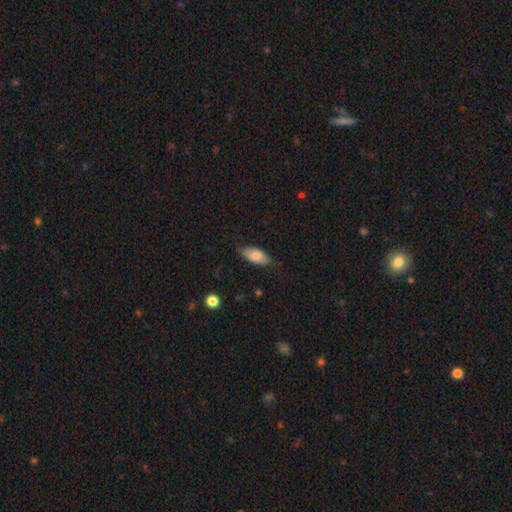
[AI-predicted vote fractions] A smooth galaxy with no disk features (77%) that is in between round and cigar-shaped (86%). Merging: none (75%).